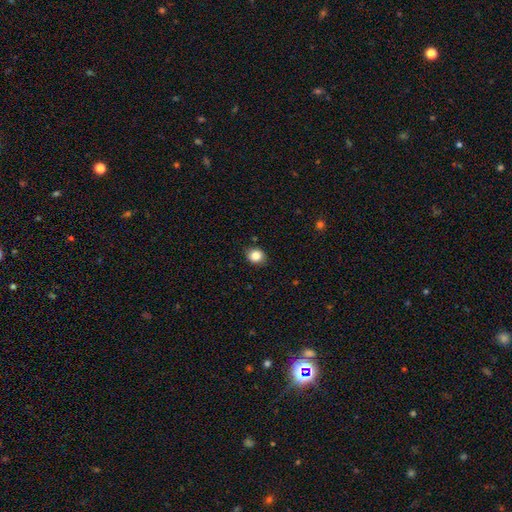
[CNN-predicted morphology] smooth-or-featured: smooth: 85% | star or artifact: 10% | featured or disk: 5%
  how-rounded: round: 68% | in between: 31% | cigar-shaped: 1%
  merging: none: 87% | minor disturbance: 9% | major disturbance: 2% | merger: 1%